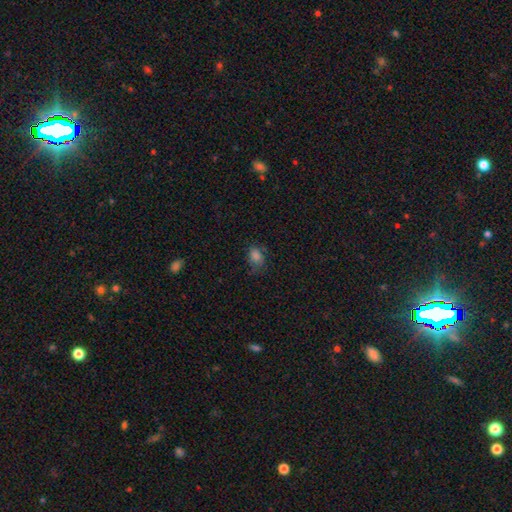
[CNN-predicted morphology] The model was most divided on "merging": none: 59%, minor disturbance: 27%, major disturbance: 11%, merger: 3%. More confident: smooth or featured — smooth (77%); how rounded — in between (71%).